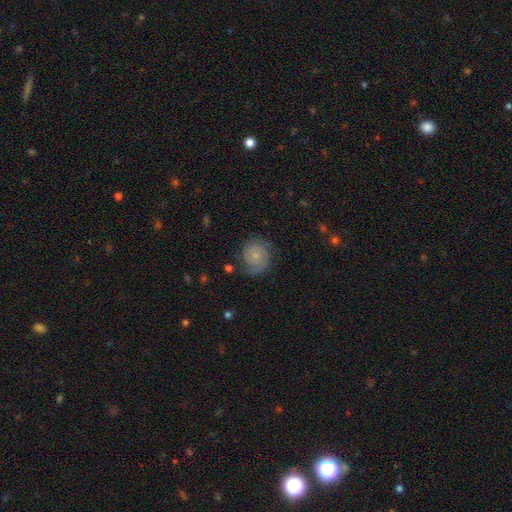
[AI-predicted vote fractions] smooth-or-featured: featured or disk: 50% | smooth: 41% | star or artifact: 9%
  merging: none: 69% | minor disturbance: 20% | major disturbance: 9% | merger: 2%